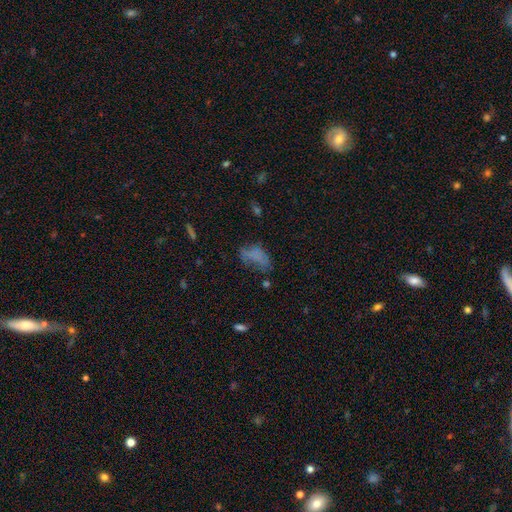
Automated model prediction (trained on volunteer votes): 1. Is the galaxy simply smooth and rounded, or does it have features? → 59% smooth, 25% featured or disk, 16% star or artifact.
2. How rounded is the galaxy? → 87% in between, 7% round, 6% cigar-shaped.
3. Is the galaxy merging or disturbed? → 37% none, 29% major disturbance, 28% minor disturbance, 5% merger.